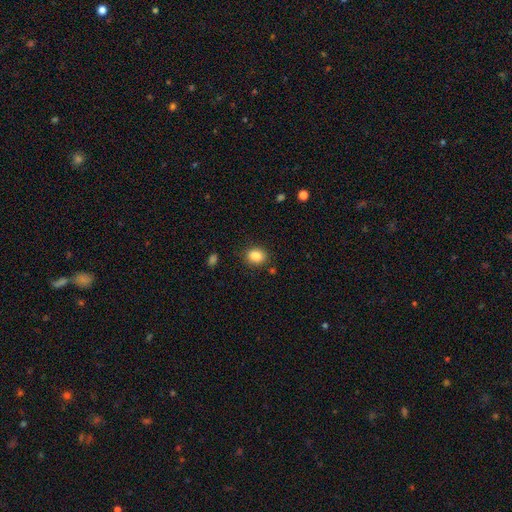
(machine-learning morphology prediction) A smooth galaxy with no disk features (86%) that is in between round and cigar-shaped (54%). Merging: none (85%).